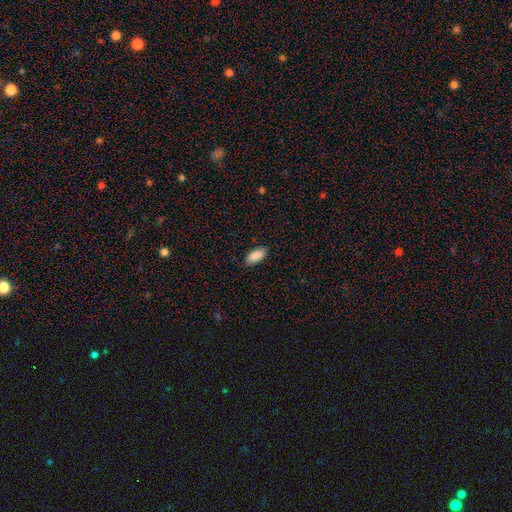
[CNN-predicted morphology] smooth-or-featured: smooth: 90% | star or artifact: 6% | featured or disk: 4%
  how-rounded: in between: 90% | cigar-shaped: 8% | round: 2%
  merging: none: 84% | minor disturbance: 13% | major disturbance: 2% | merger: 1%